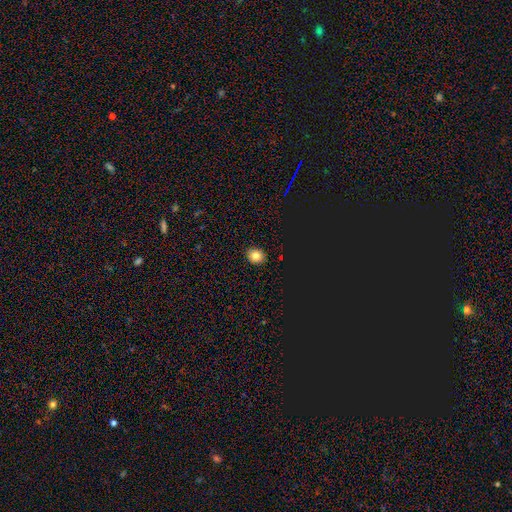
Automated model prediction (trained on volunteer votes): Smooth or featured: smooth — 79% (star or artifact — 14%)
How rounded: round — 73% (in between — 26%)
Merging: none — 91% (minor disturbance — 7%)